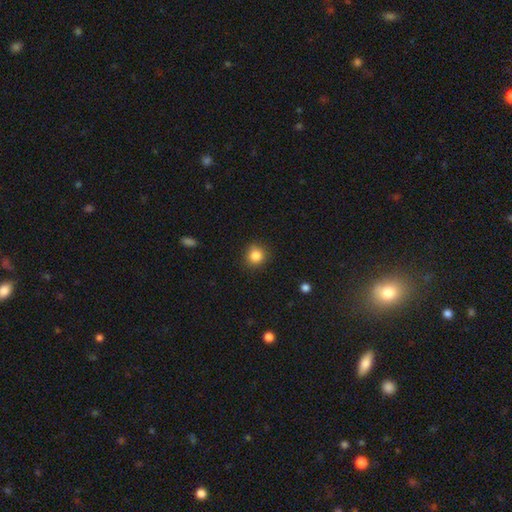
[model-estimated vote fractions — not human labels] Overall: smooth (84%). How rounded: round (88%). Merging: none (85%).